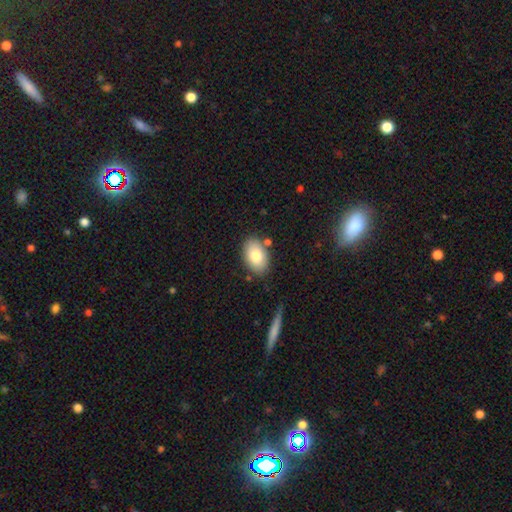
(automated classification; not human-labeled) A smooth galaxy with no disk features (80%) that is in between round and cigar-shaped (89%).

Vote fractions:
- Smooth or featured? smooth: 80% / featured or disk: 12% / star or artifact: 7%
- How rounded? in between: 89% / round: 9% / cigar-shaped: 1%
- Merging? none: 81% / minor disturbance: 12% / merger: 5% / major disturbance: 3%